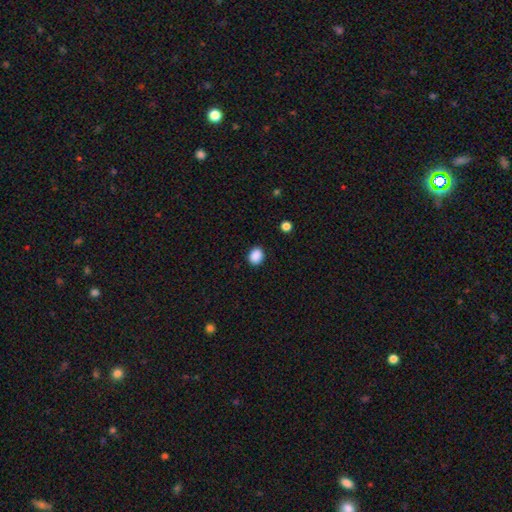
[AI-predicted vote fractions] This is clearly a smooth galaxy (89%). How rounded: likely round (62%). Merging: clearly none (90%).